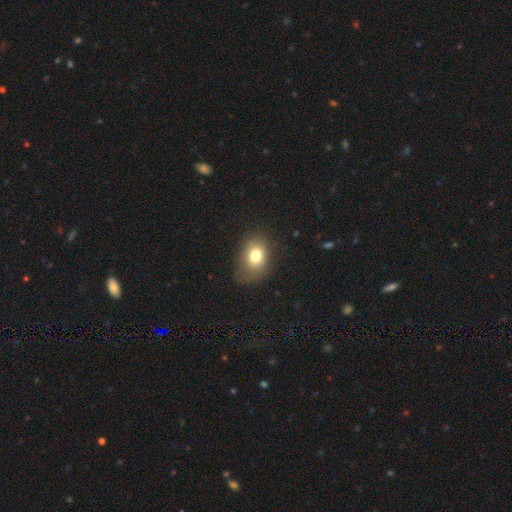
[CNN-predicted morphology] This appears to be a smooth galaxy with no disk features (76%) that is in between round and cigar-shaped (63%). Merging: none (67%).